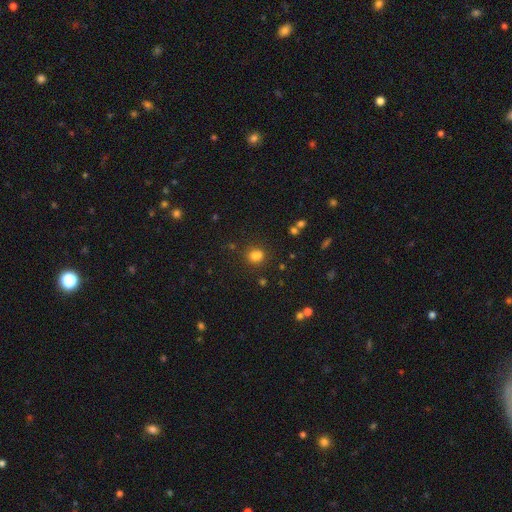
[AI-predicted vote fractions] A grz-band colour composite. It shows a smooth galaxy with no disk features (75%) that is round (67%). Merging: none (62%).